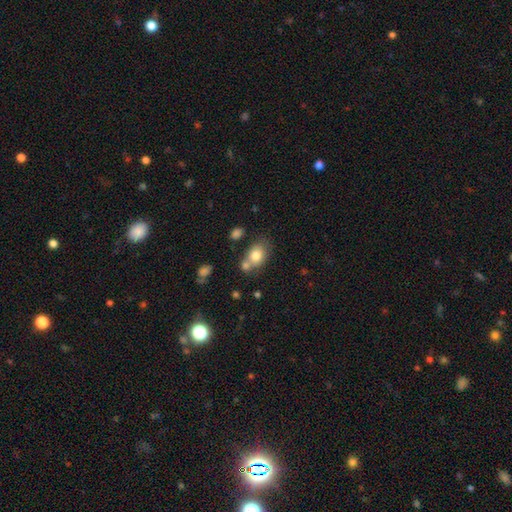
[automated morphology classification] A smooth galaxy with no disk features (78%) that is in between round and cigar-shaped (69%).

Vote fractions:
- Smooth or featured? smooth: 78% / featured or disk: 13% / star or artifact: 9%
- How rounded? in between: 69% / round: 30% / cigar-shaped: 1%
- Merging? none: 50% / merger: 29% / minor disturbance: 15% / major disturbance: 5%